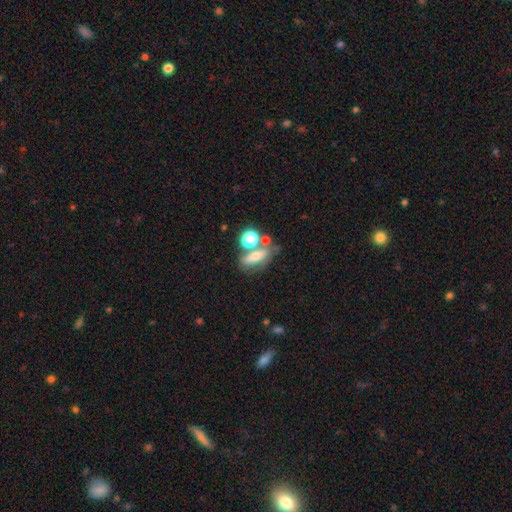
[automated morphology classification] Smooth or featured? smooth (55%)
How rounded? in between (58%)
Merging? none (47%)